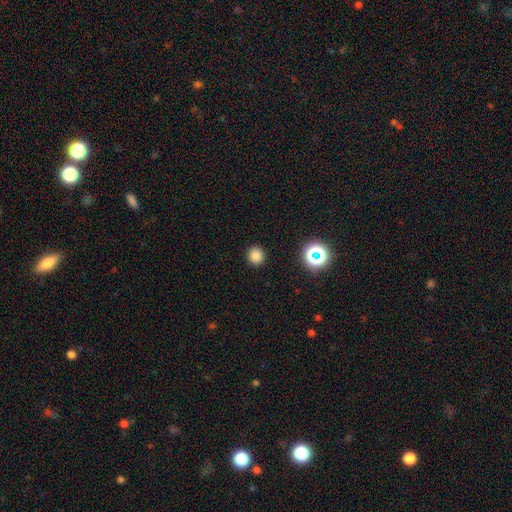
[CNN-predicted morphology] type=smooth (81%); roundness=round (90%); merging=none (91%).